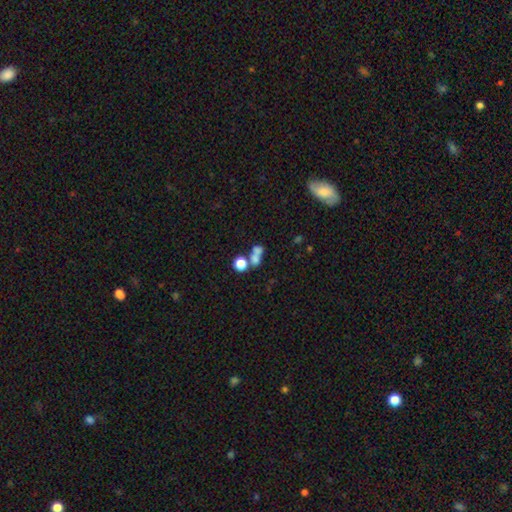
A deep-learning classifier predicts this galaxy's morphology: type=smooth (66%); roundness=round (59%); merging=merger (54%).